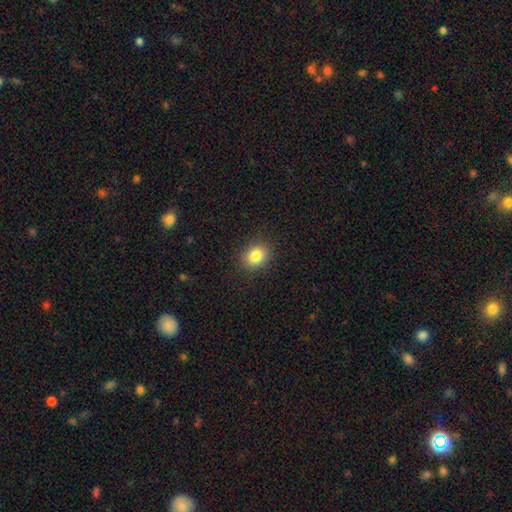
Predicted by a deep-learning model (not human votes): Smooth or featured?
  - smooth: 84% *
  - star or artifact: 10%
  - featured or disk: 7%
How rounded?
  - in between: 52% *
  - round: 47%
  - cigar-shaped: 1%
Merging?
  - none: 88% *
  - minor disturbance: 8%
  - major disturbance: 3%
  - merger: 1%